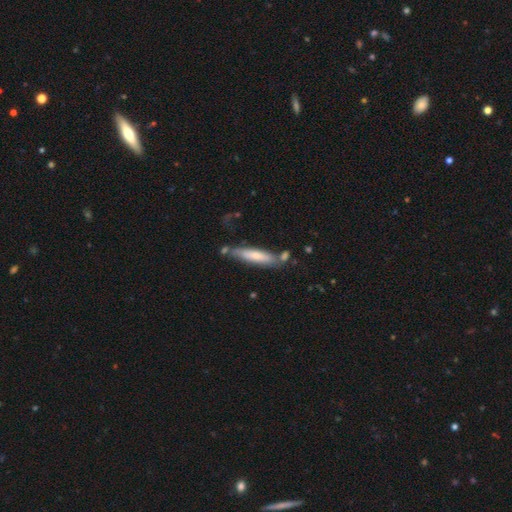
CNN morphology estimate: The model was most divided on "smooth or featured": smooth: 62%, featured or disk: 32%, star or artifact: 6%. More confident: how rounded — cigar-shaped (82%); merging — none (66%).